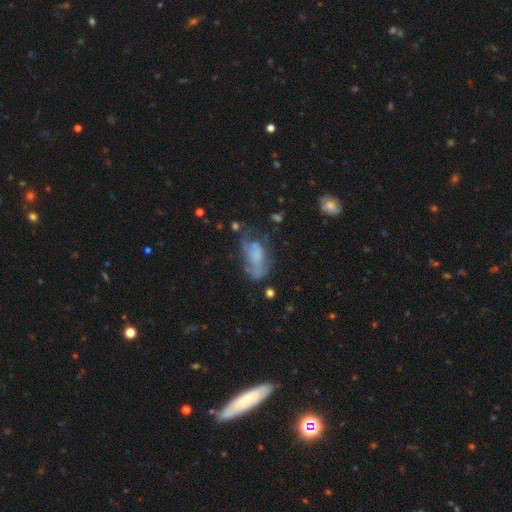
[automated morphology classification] Smooth or featured?
  - featured or disk: 48% *
  - smooth: 39%
  - star or artifact: 13%
Merging?
  - major disturbance: 35% *
  - none: 32%
  - minor disturbance: 24%
  - merger: 9%